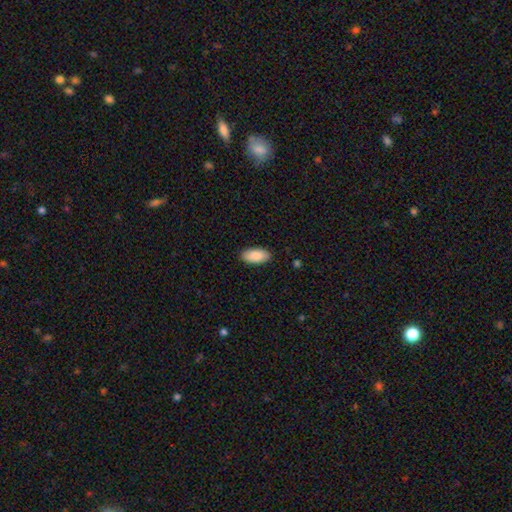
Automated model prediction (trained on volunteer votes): smooth 90%, star or artifact 6%, featured or disk 4%. Down the decision tree: how rounded — in between (93%); merging — none (89%).